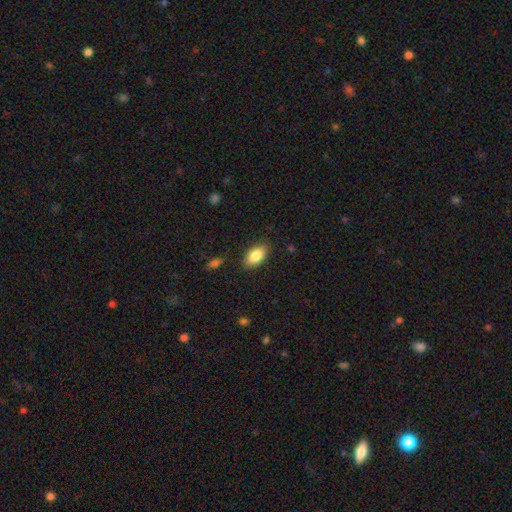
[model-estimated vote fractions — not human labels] Smooth or featured? smooth (84%)
How rounded? in between (92%)
Merging? none (85%)